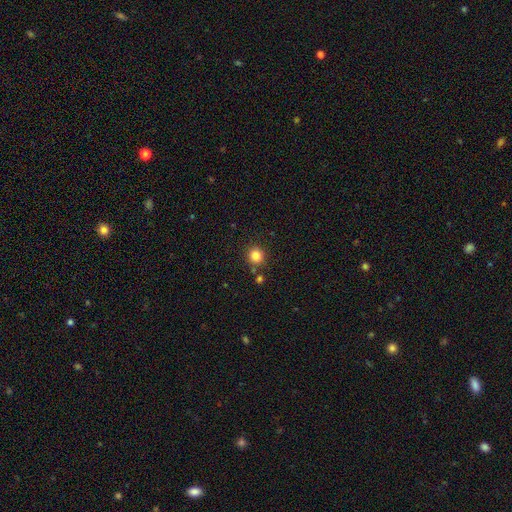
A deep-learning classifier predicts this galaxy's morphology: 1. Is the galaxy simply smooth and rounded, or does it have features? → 83% smooth, 12% star or artifact, 5% featured or disk.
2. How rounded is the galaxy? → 91% round, 8% in between, 1% cigar-shaped.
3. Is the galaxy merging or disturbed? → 83% none, 8% minor disturbance, 7% merger, 2% major disturbance.